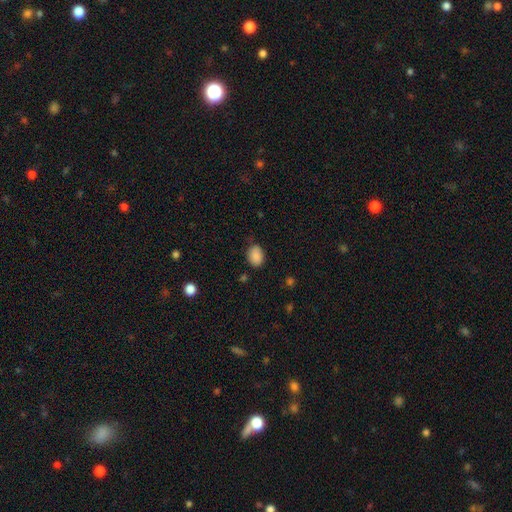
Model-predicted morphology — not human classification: The model was most divided on "how rounded": in between: 68%, round: 31%, cigar-shaped: 1%. More confident: smooth or featured — smooth (88%); merging — none (76%).